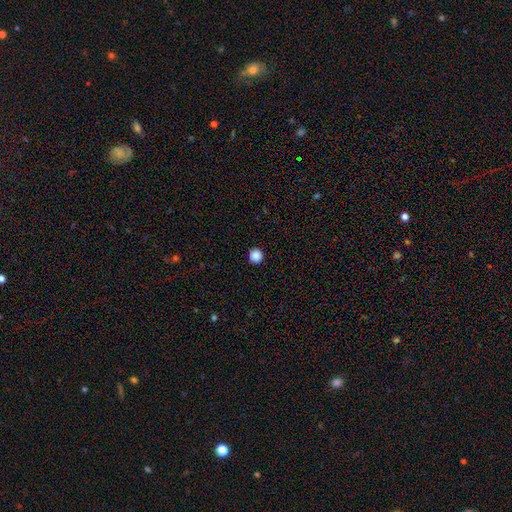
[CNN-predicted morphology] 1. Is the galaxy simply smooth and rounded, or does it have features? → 88% smooth, 10% star or artifact, 2% featured or disk.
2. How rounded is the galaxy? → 96% round, 3% in between, 1% cigar-shaped.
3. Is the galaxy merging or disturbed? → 93% none, 4% minor disturbance, 1% major disturbance, 1% merger.